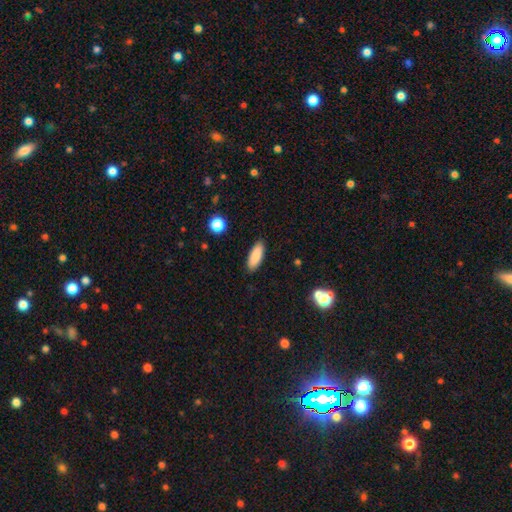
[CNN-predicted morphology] A smooth galaxy with no disk features (88%) that is in between round and cigar-shaped (66%).

Vote fractions:
- Smooth or featured? smooth: 88% / star or artifact: 7% / featured or disk: 6%
- How rounded? in between: 66% / cigar-shaped: 32% / round: 2%
- Merging? none: 89% / minor disturbance: 8% / major disturbance: 2% / merger: 1%